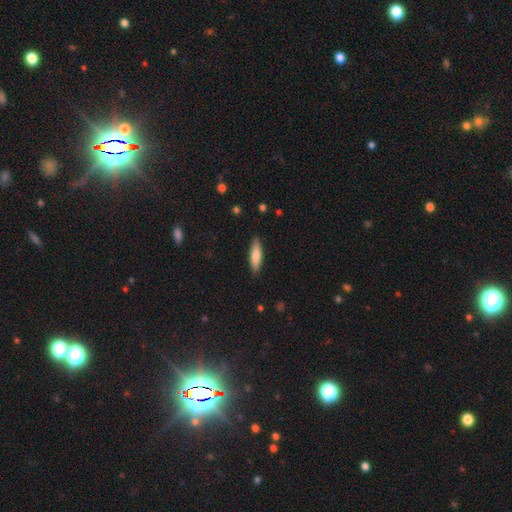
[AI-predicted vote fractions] Smooth or featured? smooth (80%)
How rounded? cigar-shaped (62%)
Merging? none (88%)